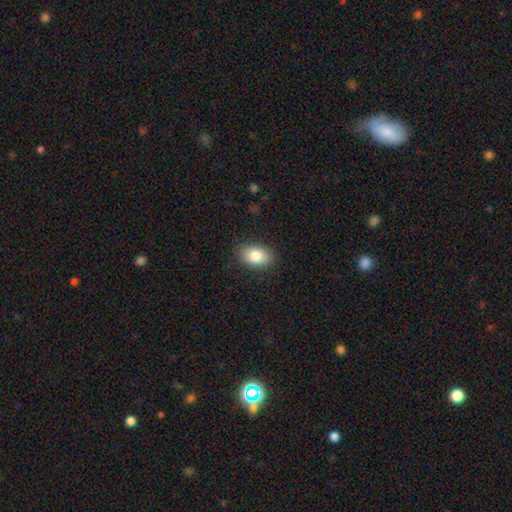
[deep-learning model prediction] The model was most divided on "smooth or featured": smooth: 84%, featured or disk: 9%, star or artifact: 8%. More confident: how rounded — in between (88%); merging — none (86%).